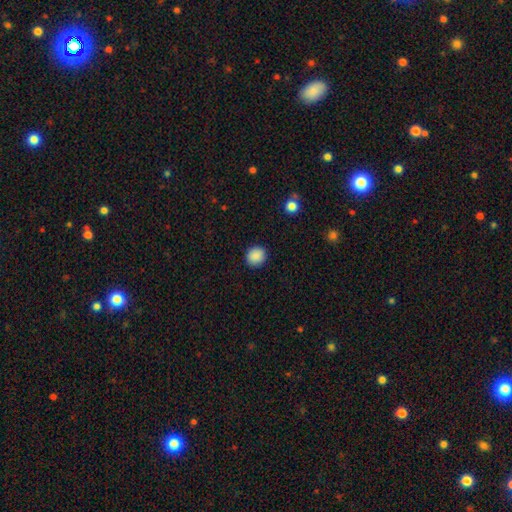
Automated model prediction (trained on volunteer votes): Overall: smooth (89%). How rounded: round (85%). Merging: none (91%).